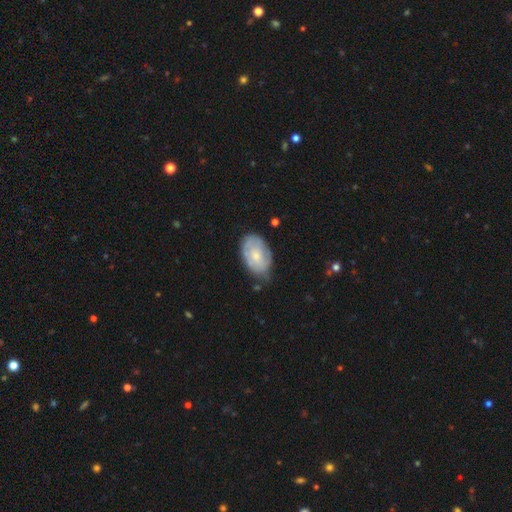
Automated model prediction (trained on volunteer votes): This appears to be a smooth galaxy with no disk features (48%). Merging: none (62%).